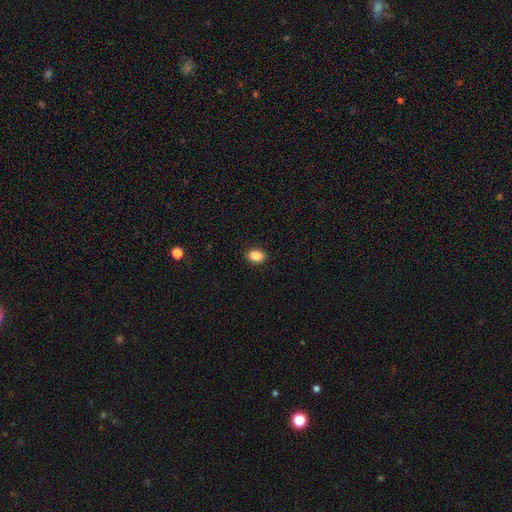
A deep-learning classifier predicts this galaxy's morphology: Smooth or featured?
  - smooth: 87% *
  - star or artifact: 9%
  - featured or disk: 4%
How rounded?
  - in between: 74% *
  - round: 24%
  - cigar-shaped: 1%
Merging?
  - none: 90% *
  - minor disturbance: 7%
  - major disturbance: 2%
  - merger: 1%